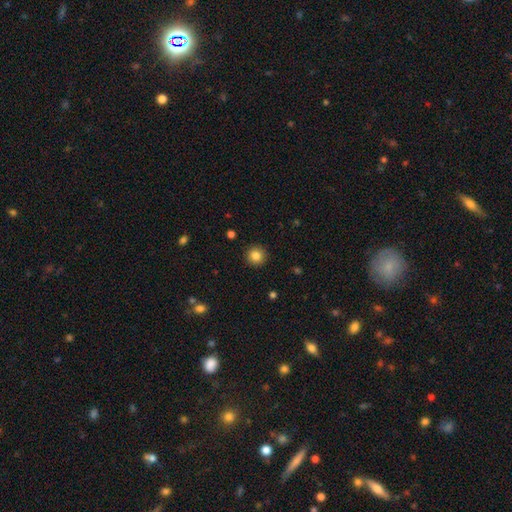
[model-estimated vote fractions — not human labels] Overall: smooth (84%). How rounded: round (95%). Merging: none (92%).